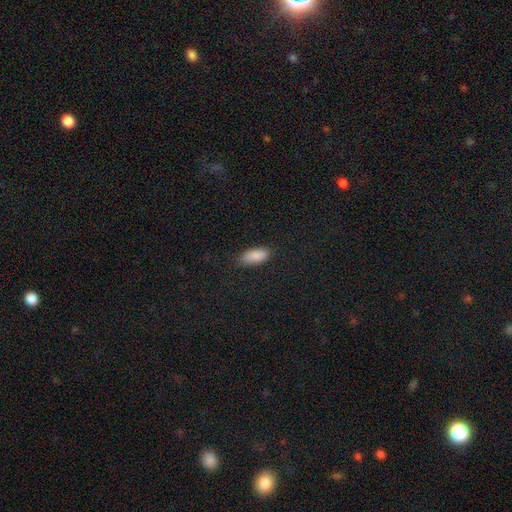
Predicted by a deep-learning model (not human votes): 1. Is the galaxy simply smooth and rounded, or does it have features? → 88% smooth, 7% star or artifact, 4% featured or disk.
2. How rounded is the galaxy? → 89% in between, 8% cigar-shaped, 2% round.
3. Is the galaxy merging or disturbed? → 80% none, 16% minor disturbance, 3% major disturbance, 1% merger.